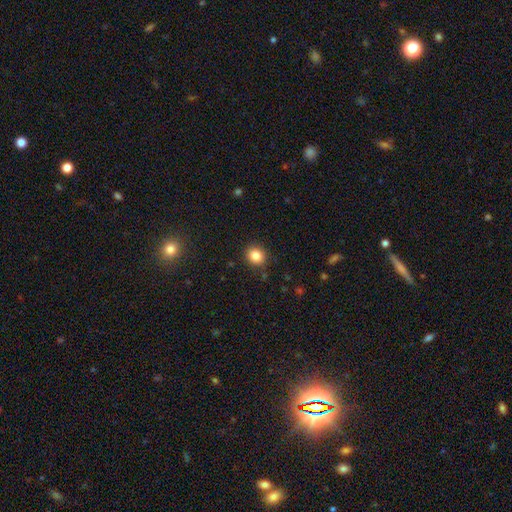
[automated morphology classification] The model was most divided on "how rounded": round: 78%, in between: 22%, cigar-shaped: 1%. More confident: merging — none (88%); smooth or featured — smooth (84%).